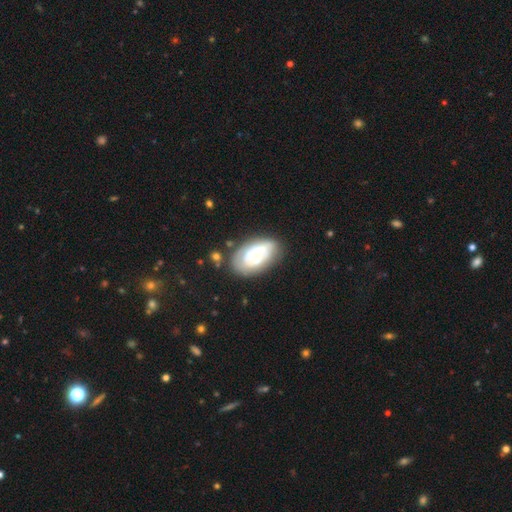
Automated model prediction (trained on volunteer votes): This appears to be a featured or disk galaxy (63%) with no bar (76%), spiral arms (58%) and a moderate central bulge (49%). Merging: none (66%).